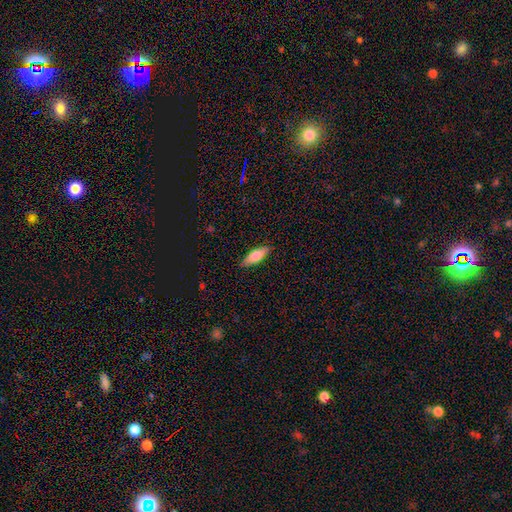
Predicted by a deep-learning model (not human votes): Overall: smooth (69%). How rounded: in between (53%; cigar-shaped 45%). Merging: none (87%).